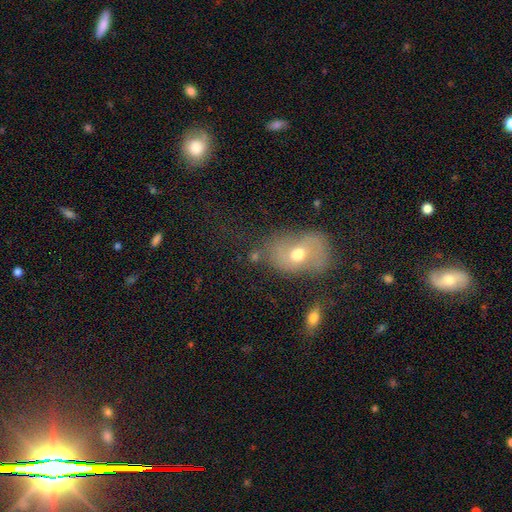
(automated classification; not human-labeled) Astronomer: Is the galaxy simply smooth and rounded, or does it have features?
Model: smooth — 51% (runner-up: featured or disk, 32%).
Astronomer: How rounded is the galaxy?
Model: in between — 64%.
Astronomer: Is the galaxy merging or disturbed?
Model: none — 56%.